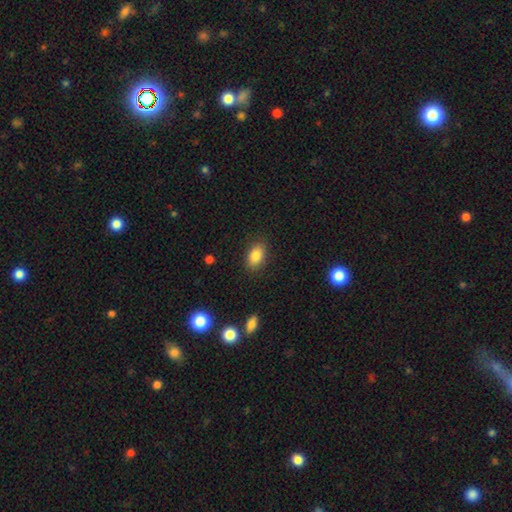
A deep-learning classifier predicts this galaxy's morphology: Smooth or featured: smooth — 85% (star or artifact — 8%)
How rounded: in between — 88% (round — 10%)
Merging: none — 86% (minor disturbance — 10%)